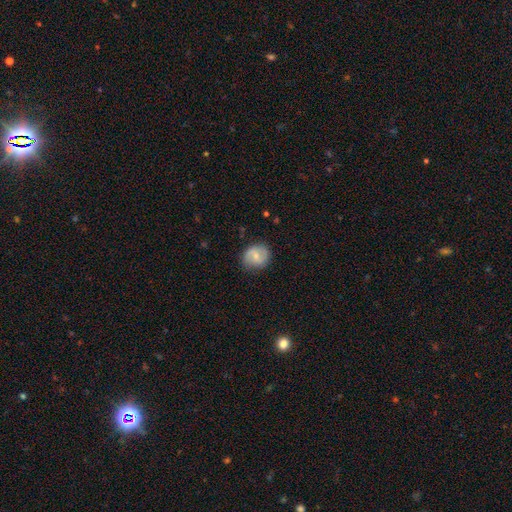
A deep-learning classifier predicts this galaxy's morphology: This appears to be a featured or disk galaxy (53%) with a weak bar (55%), spiral arms (85%) and a small central bulge (53%). Merging: none (82%).